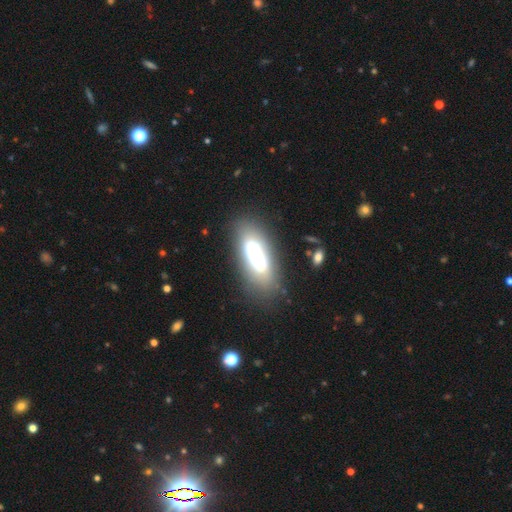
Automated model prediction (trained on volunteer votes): A featured or disk galaxy (48%).

Vote fractions:
- Smooth or featured? featured or disk: 48% / smooth: 43% / star or artifact: 9%
- Merging? none: 63% / minor disturbance: 18% / major disturbance: 10% / merger: 9%